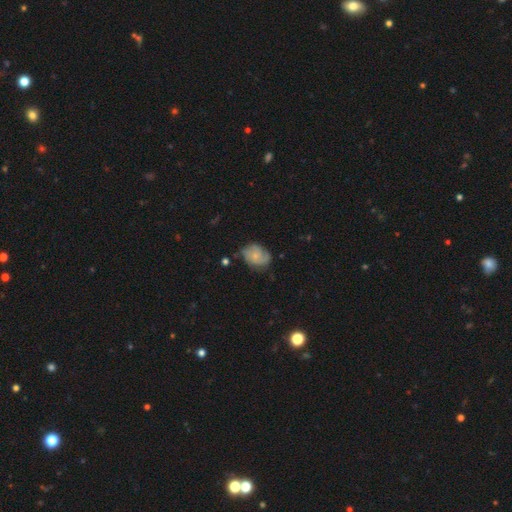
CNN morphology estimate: Smooth or featured? featured or disk (52%)
Edge-on disk? no (97%)
Bar? no (78%)
Spiral arms? yes (84%)
Bulge size? small (67%)
Merging? none (58%)